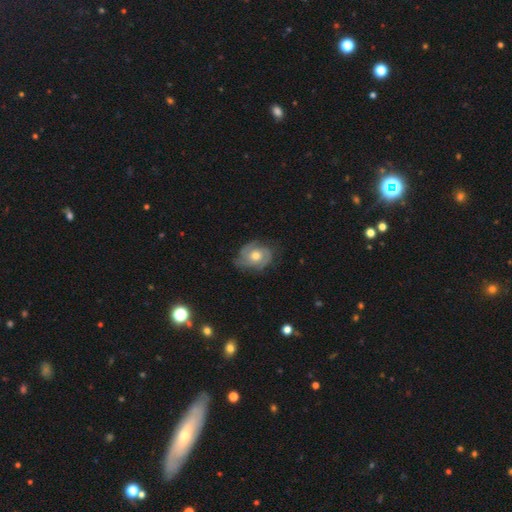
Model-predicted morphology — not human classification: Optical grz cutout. It shows a featured or disk galaxy (75%) with no bar (79%), 2 (37%) tight (54%) spiral arms (91%) and a moderate central bulge (74%). Merging: none (67%).